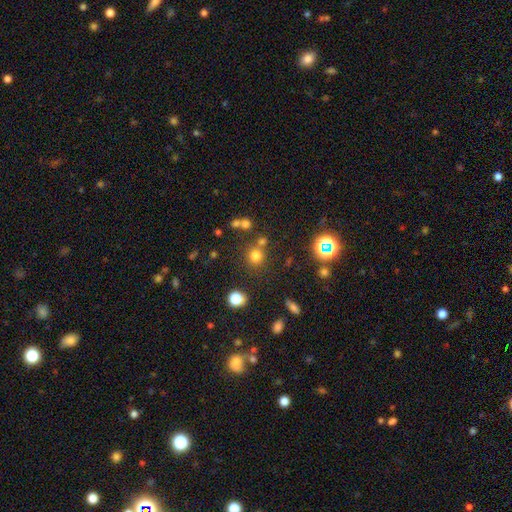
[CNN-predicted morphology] This is likely a smooth galaxy (71%). How rounded: clearly round (89%). Merging: likely none (71%).